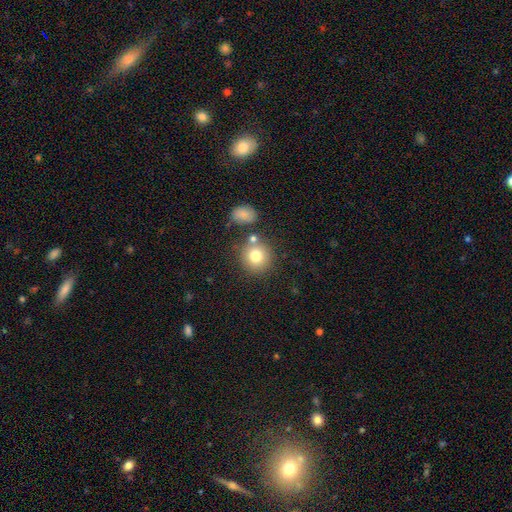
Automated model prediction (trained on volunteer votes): This appears to be a smooth galaxy with no disk features (78%) that is round (90%). Merging: none (72%).